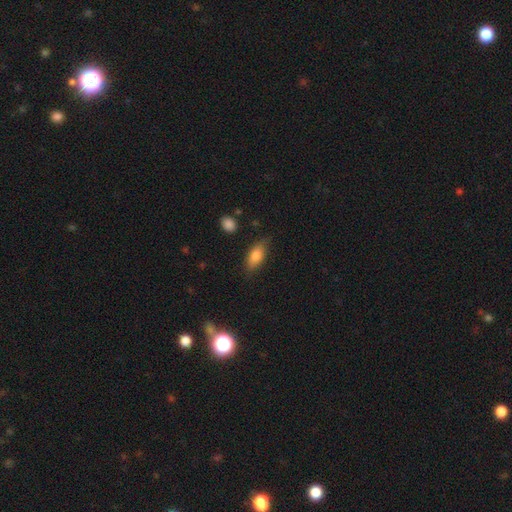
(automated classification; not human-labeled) smooth-or-featured: smooth: 80% | featured or disk: 13% | star or artifact: 7%
  how-rounded: in between: 82% | cigar-shaped: 14% | round: 4%
  merging: none: 75% | minor disturbance: 19% | major disturbance: 4% | merger: 2%